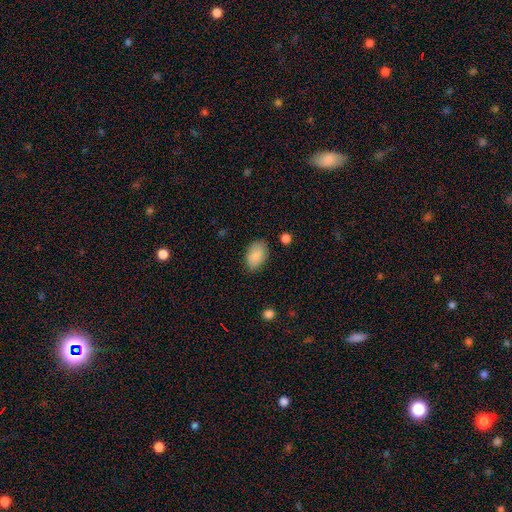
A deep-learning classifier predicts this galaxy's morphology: smooth 88%, star or artifact 7%, featured or disk 6%. Down the decision tree: how rounded — in between (90%); merging — none (81%).